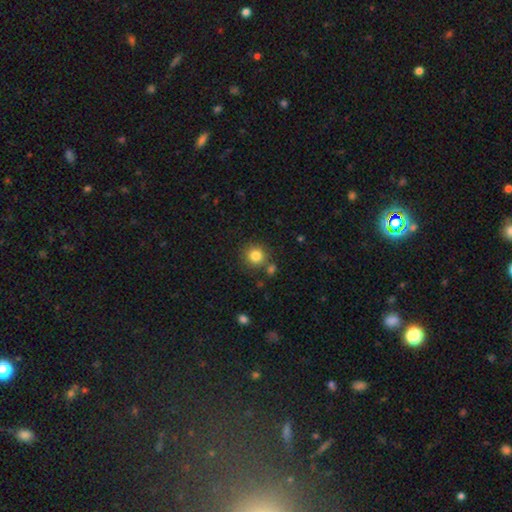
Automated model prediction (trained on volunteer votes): Smooth or featured?
  - smooth: 83% *
  - star or artifact: 11%
  - featured or disk: 6%
How rounded?
  - round: 91% *
  - in between: 8%
  - cigar-shaped: 1%
Merging?
  - none: 77% *
  - merger: 10%
  - minor disturbance: 10%
  - major disturbance: 3%